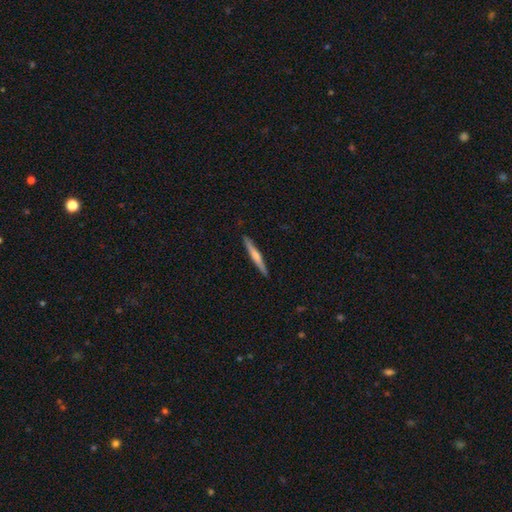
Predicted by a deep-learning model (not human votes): Morphology: type=smooth (49%); merging=none (90%).